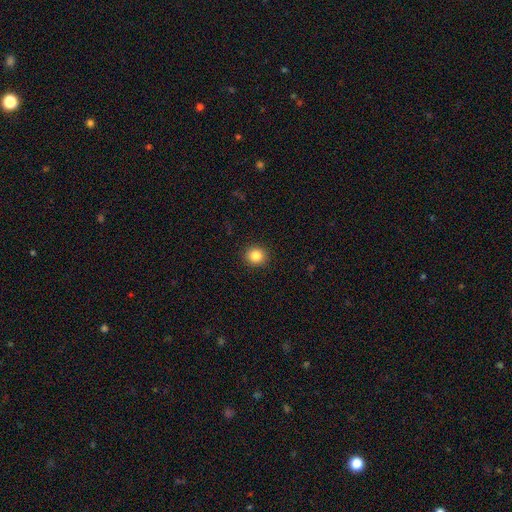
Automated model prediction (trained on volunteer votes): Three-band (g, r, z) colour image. It shows a smooth galaxy with no disk features (85%) that is round (89%). Merging: none (92%).